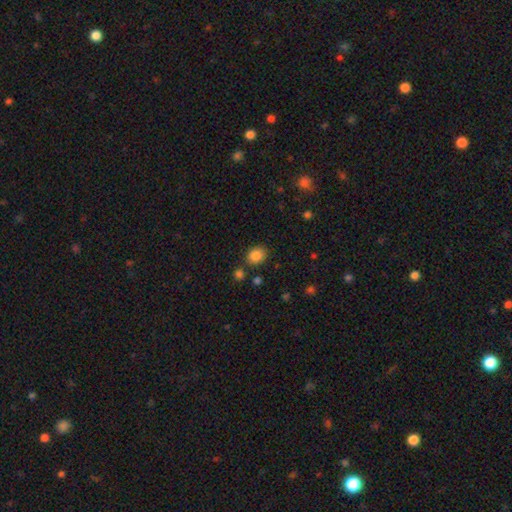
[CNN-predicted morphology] Overall: smooth (85%). How rounded: round (60%; in between 40%). Merging: none (80%).